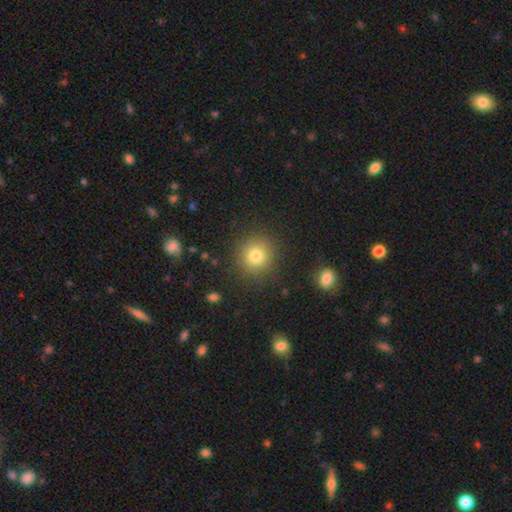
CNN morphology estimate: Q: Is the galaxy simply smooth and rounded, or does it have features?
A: smooth — 79%.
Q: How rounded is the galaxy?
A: round — 90%.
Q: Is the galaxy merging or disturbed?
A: none — 89%.